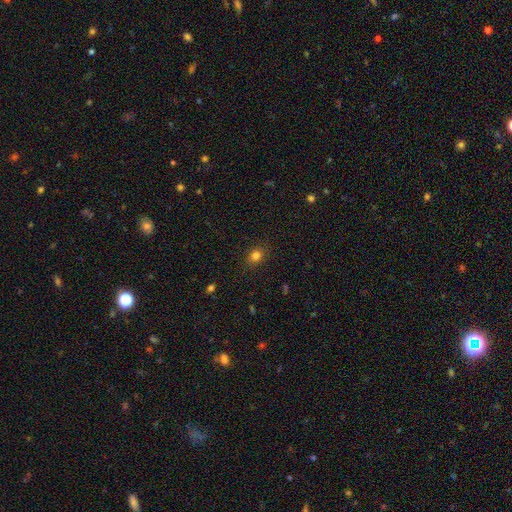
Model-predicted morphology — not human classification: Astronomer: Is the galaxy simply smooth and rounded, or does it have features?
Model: smooth — 81%.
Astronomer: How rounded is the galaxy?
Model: round — 50% (runner-up: in between, 49%).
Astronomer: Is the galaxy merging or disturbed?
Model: none — 87%.